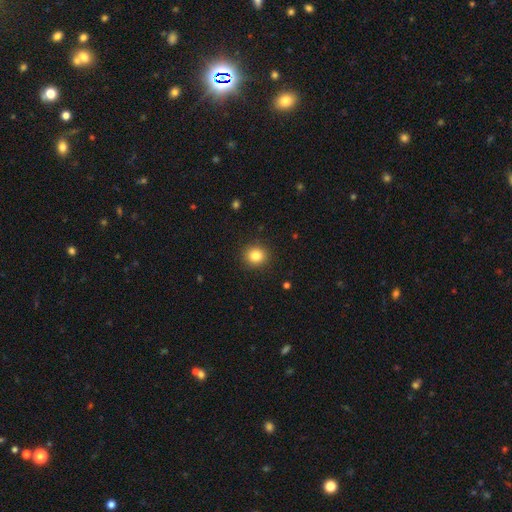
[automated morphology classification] Q: Smooth or featured?
A: smooth (83%); runner-up: star or artifact (11%)
Q: How rounded?
A: round (87%); runner-up: in between (12%)
Q: Merging?
A: none (91%); runner-up: minor disturbance (6%)